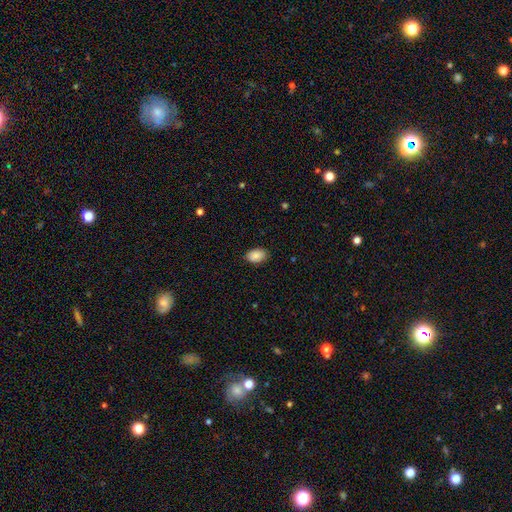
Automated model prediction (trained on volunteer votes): Q: Smooth or featured?
A: smooth (87%); runner-up: star or artifact (7%)
Q: How rounded?
A: in between (90%); runner-up: round (9%)
Q: Merging?
A: none (85%); runner-up: minor disturbance (12%)